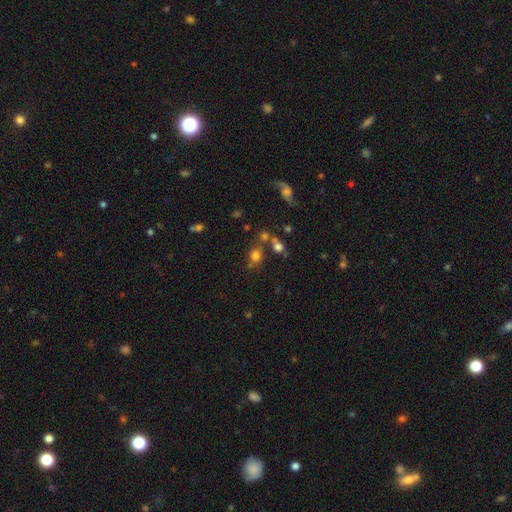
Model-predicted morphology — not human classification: The model was most divided on "how rounded": round: 68%, in between: 30%, cigar-shaped: 1%. More confident: smooth or featured — smooth (71%); merging — none (60%).